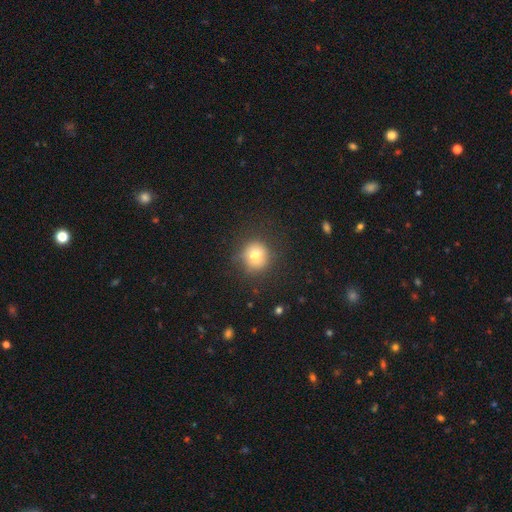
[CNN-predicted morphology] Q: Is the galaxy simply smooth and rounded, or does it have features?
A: smooth — 75%.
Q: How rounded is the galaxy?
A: round — 92%.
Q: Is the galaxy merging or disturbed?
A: none — 78%.